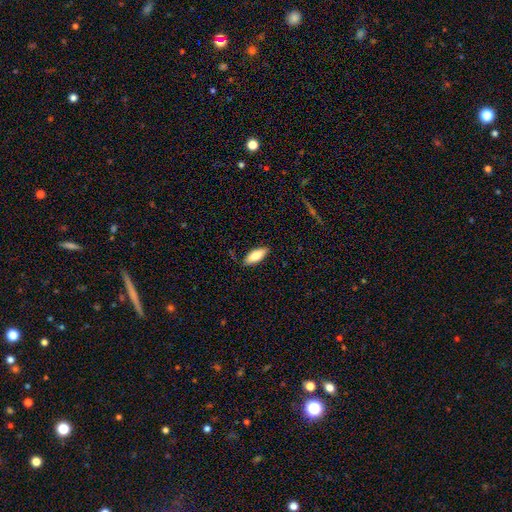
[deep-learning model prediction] Smooth or featured: smooth — 75% (featured or disk — 19%)
How rounded: in between — 76% (cigar-shaped — 22%)
Merging: none — 83% (minor disturbance — 13%)